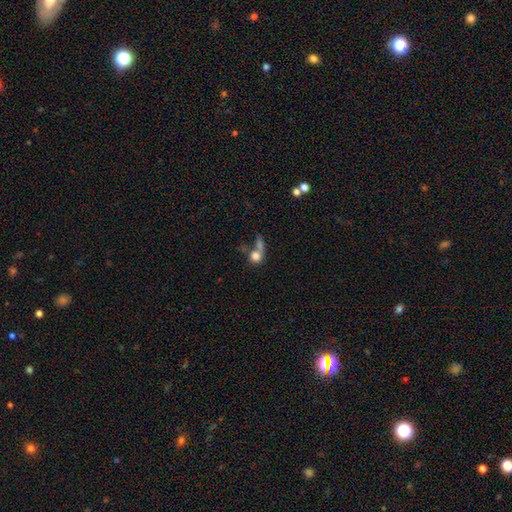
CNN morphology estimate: type=smooth (73%); roundness=round (73%); merging=merger (45%).